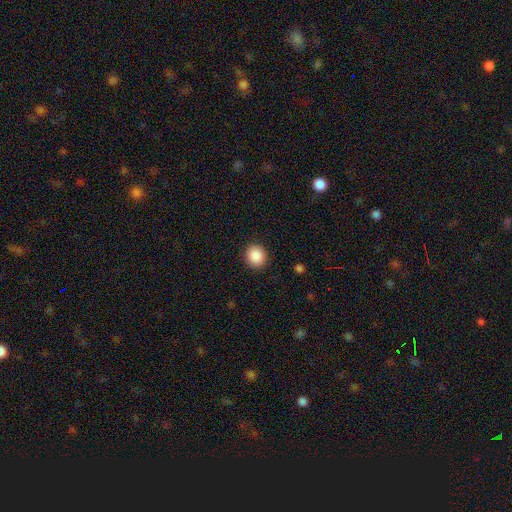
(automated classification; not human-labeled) The model was most divided on "how rounded": round: 86%, in between: 13%, cigar-shaped: 1%. More confident: merging — none (91%); smooth or featured — smooth (88%).